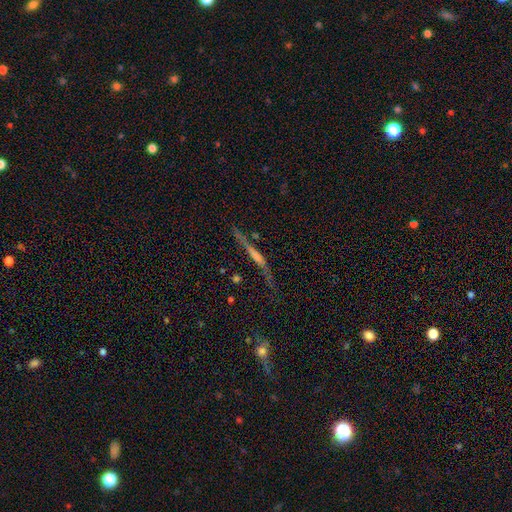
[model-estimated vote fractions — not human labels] Smooth or featured: featured or disk — 64% (smooth — 24%)
Edge-on disk: yes — 89% (no — 11%)
Edge-on bulge: none — 44% (boxy — 29%)
Merging: none — 62% (minor disturbance — 21%)